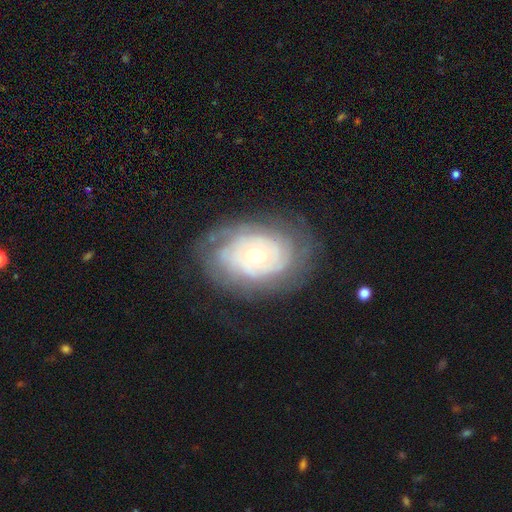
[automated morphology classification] Smooth or featured? featured or disk (80%)
Edge-on disk? no (96%)
Bar? no (75%)
Spiral arms? yes (87%)
Spiral winding? tight (78%)
Spiral arm count? can't tell (50%)
Bulge size? moderate (66%)
Merging? none (72%)